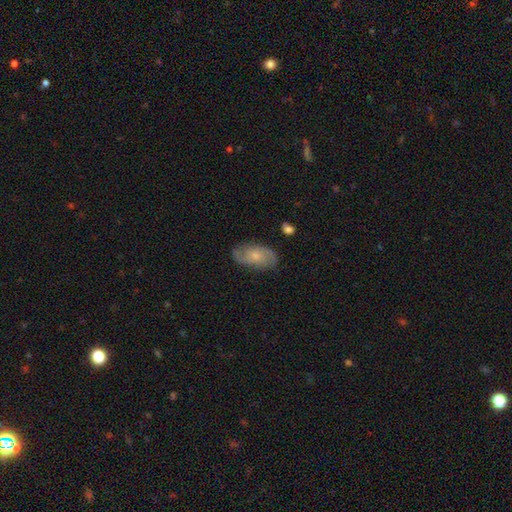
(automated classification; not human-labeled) Smooth or featured? featured or disk (61%)
Edge-on disk? no (95%)
Bar? no (73%)
Spiral arms? yes (88%)
Spiral winding? medium (44%)
Spiral arm count? 2 (76%)
Bulge size? small (52%)
Merging? none (76%)